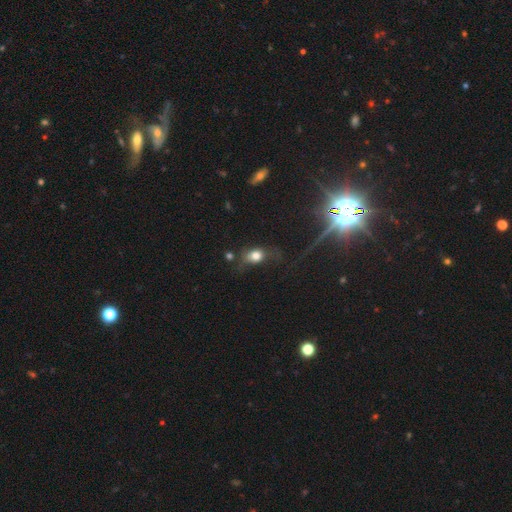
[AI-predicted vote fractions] This appears to be a smooth galaxy with no disk features (71%) that is in between round and cigar-shaped (60%). Merging: none (41%).